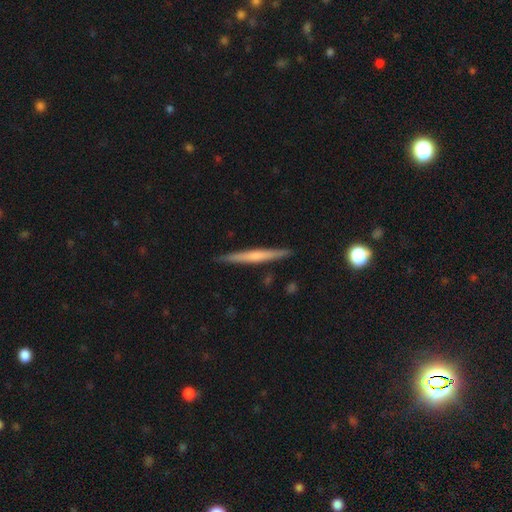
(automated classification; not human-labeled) Smooth or featured?
  - featured or disk: 63% *
  - smooth: 28%
  - star or artifact: 9%
Edge-on disk?
  - yes: 97% *
  - no: 3%
Edge-on bulge?
  - rounded: 57% *
  - none: 35%
  - boxy: 8%
Merging?
  - none: 90% *
  - minor disturbance: 8%
  - major disturbance: 2%
  - merger: 1%